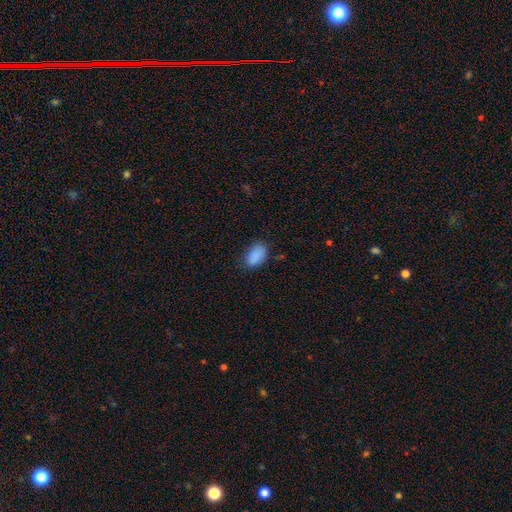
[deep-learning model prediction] Smooth or featured? Predicted: smooth (p=0.87). How rounded? Predicted: in between (p=0.91). Merging? Predicted: none (p=0.73).